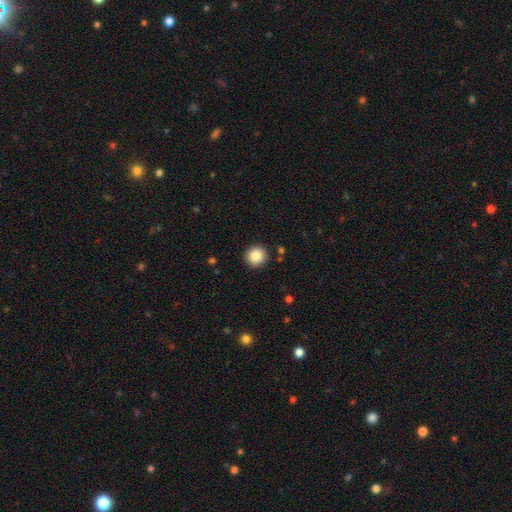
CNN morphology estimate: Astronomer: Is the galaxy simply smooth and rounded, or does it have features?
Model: smooth — 86%.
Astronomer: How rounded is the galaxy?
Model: round — 94%.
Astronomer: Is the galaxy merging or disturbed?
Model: none — 90%.